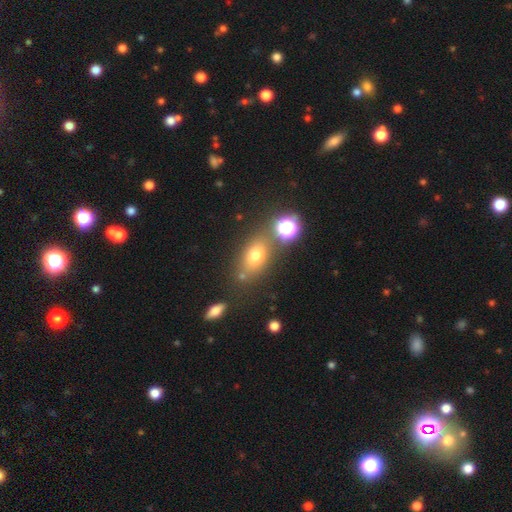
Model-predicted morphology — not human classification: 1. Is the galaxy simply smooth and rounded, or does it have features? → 70% smooth, 16% star or artifact, 14% featured or disk.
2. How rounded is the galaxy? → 69% in between, 26% round, 5% cigar-shaped.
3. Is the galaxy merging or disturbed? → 70% none, 13% minor disturbance, 12% merger, 5% major disturbance.